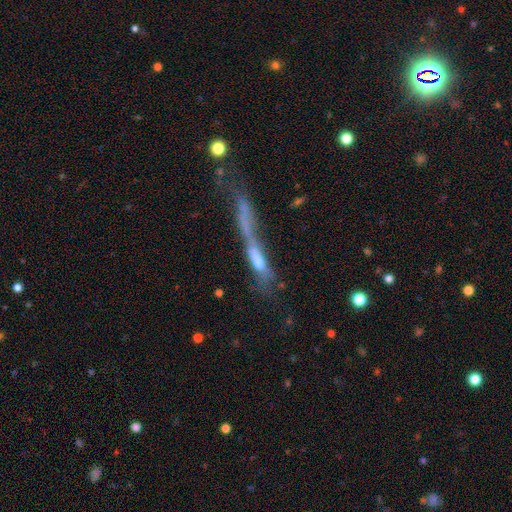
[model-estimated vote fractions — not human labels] smooth_or_featured: featured or disk (p=0.47) [alt: smooth p=0.31]
merging: none (p=0.40) [alt: major disturbance p=0.23]